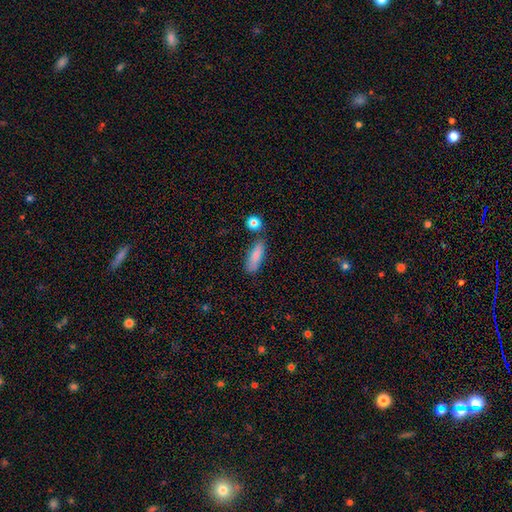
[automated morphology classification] A smooth galaxy with no disk features (85%) that is in between round and cigar-shaped (56%). Merging: none (70%).